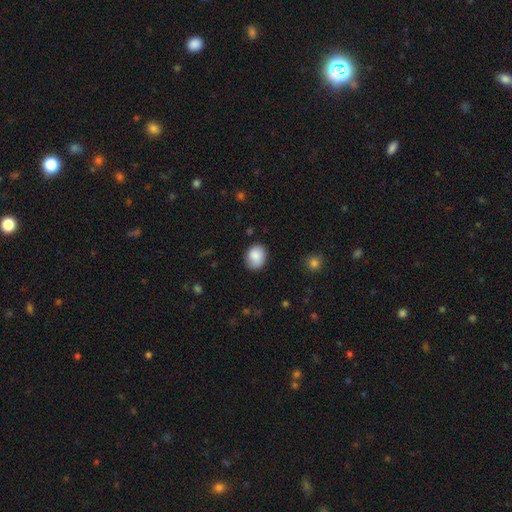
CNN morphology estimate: smooth-or-featured: smooth: 86% | star or artifact: 7% | featured or disk: 7%
  how-rounded: in between: 51% | round: 48% | cigar-shaped: 1%
  merging: none: 77% | minor disturbance: 18% | major disturbance: 4% | merger: 2%